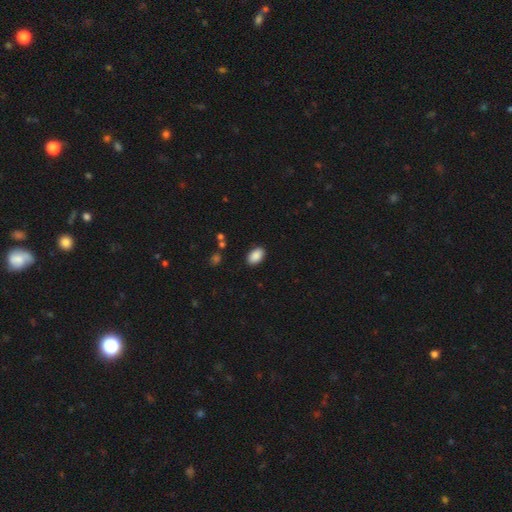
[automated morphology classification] Smooth or featured: smooth — 89% (star or artifact — 7%)
How rounded: in between — 92% (round — 6%)
Merging: none — 88% (minor disturbance — 8%)